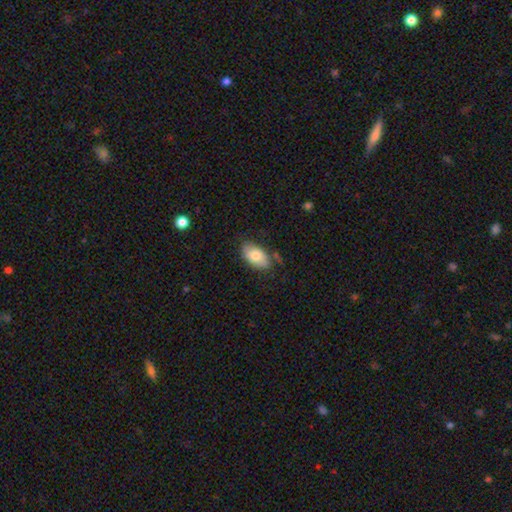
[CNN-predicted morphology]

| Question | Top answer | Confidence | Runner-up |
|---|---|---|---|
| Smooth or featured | smooth | 77% | featured or disk (16%) |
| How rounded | in between | 94% | round (4%) |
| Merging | none | 69% | minor disturbance (23%) |